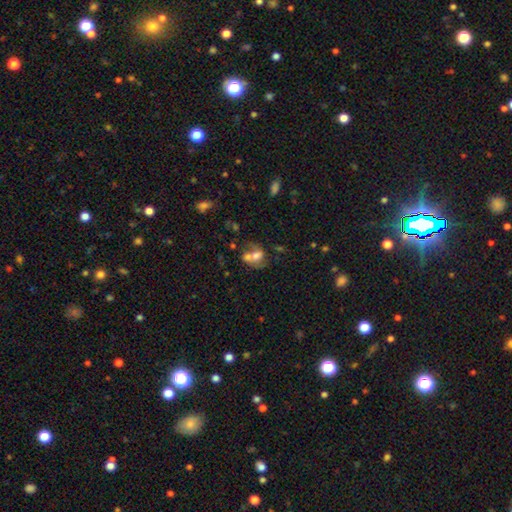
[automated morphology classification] type=smooth (52%); roundness=in between (54%); merging=merger (59%).